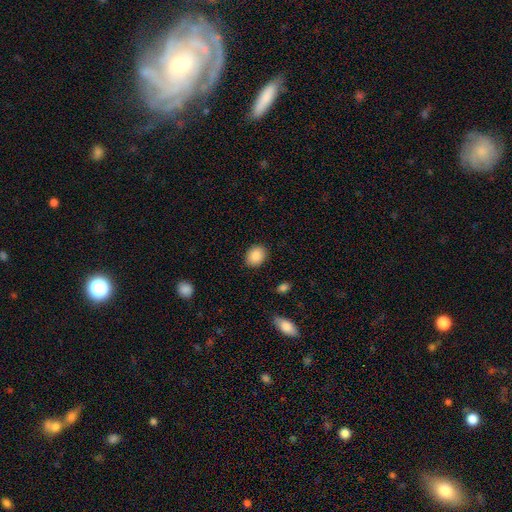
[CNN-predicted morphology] smooth 88%, star or artifact 8%, featured or disk 4%. Down the decision tree: how rounded — round (50%); merging — none (87%).